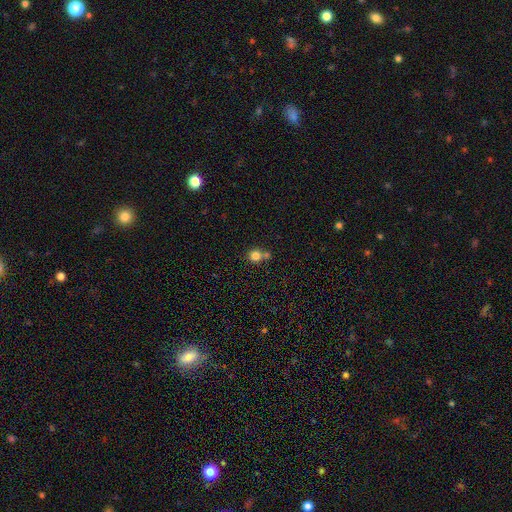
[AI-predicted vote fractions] A smooth galaxy with no disk features (81%) that is round (86%). Merging: none (54%).